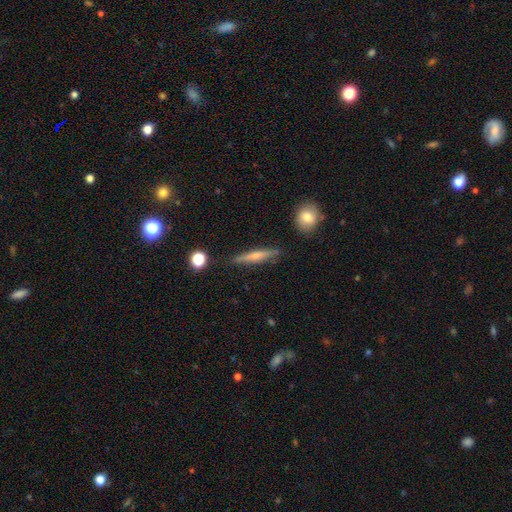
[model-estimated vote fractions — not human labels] This is possibly a smooth galaxy (49%). Merging: clearly none (86%).